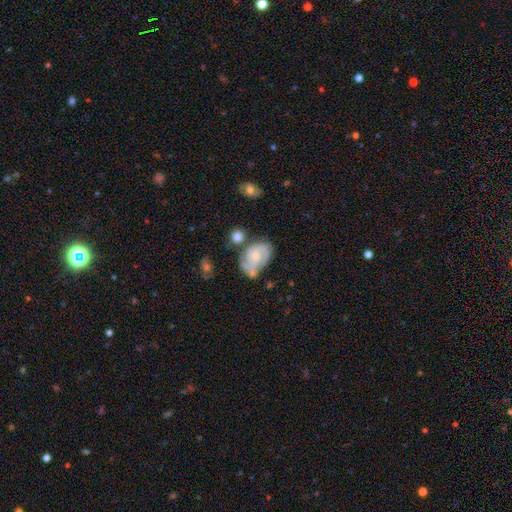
A featured or disk galaxy (82%) with no bar (77%), 2 (42%) tight (58%) spiral arms (87%) and a moderate central bulge (40%, tied with small). Merging: none (44%).